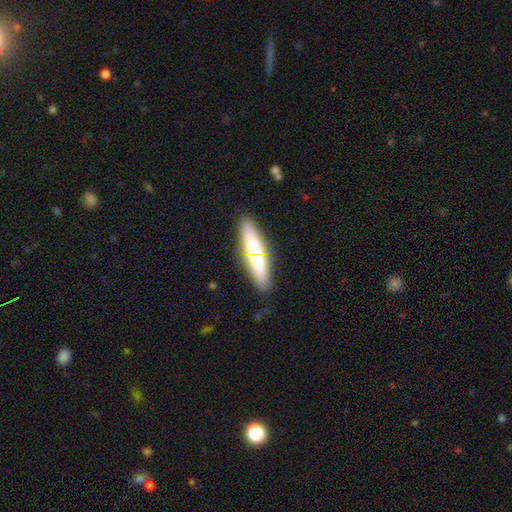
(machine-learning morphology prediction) smooth 60%, featured or disk 31%, star or artifact 10%. Down the decision tree: how rounded — cigar-shaped (66%); merging — none (81%).